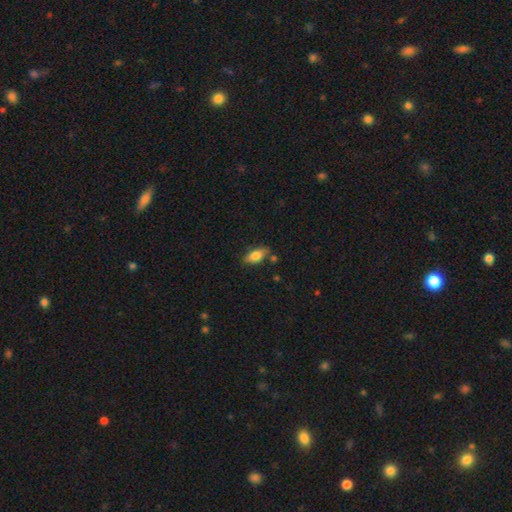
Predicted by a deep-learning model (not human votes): Smooth or featured? Predicted: smooth (p=0.78). How rounded? Predicted: in between (p=0.84). Merging? Predicted: none (p=0.76).